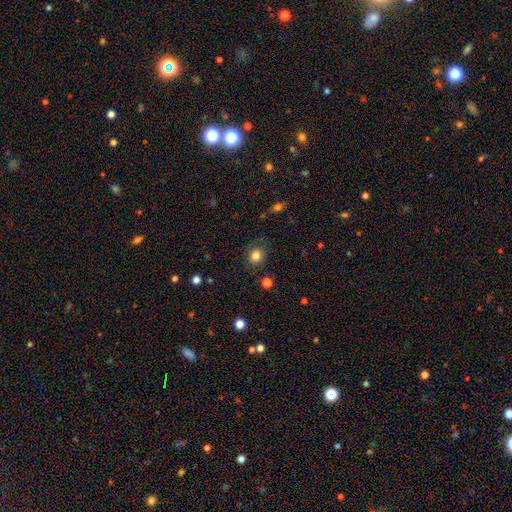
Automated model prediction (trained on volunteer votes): smooth 82%, star or artifact 11%, featured or disk 7%. Down the decision tree: how rounded — round (77%); merging — none (82%).